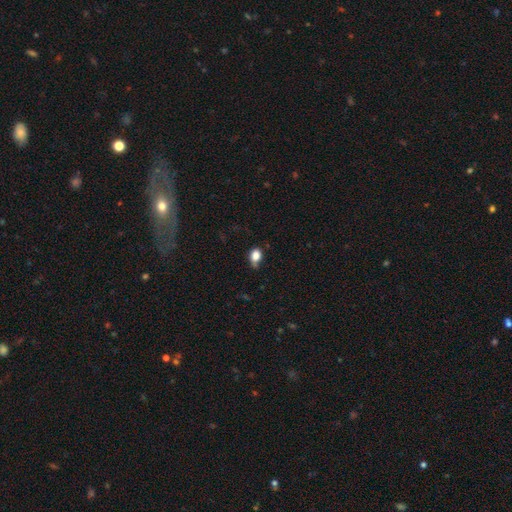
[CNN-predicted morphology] Q: Smooth or featured?
A: smooth (82%); runner-up: star or artifact (10%)
Q: How rounded?
A: in between (67%); runner-up: round (32%)
Q: Merging?
A: none (49%); runner-up: minor disturbance (37%)